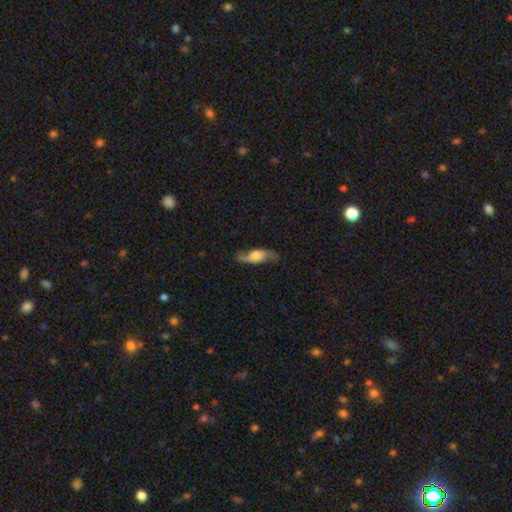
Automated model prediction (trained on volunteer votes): Overall: featured or disk (66%; smooth 27%). Edge-on disk: no (72%). Merging: none (75%).